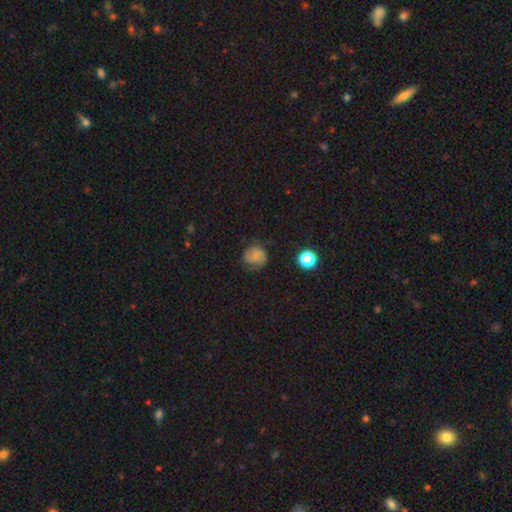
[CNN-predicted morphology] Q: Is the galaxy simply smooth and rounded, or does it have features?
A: smooth — 55%.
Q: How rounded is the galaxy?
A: round — 78%.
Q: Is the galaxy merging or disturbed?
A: none — 66%.